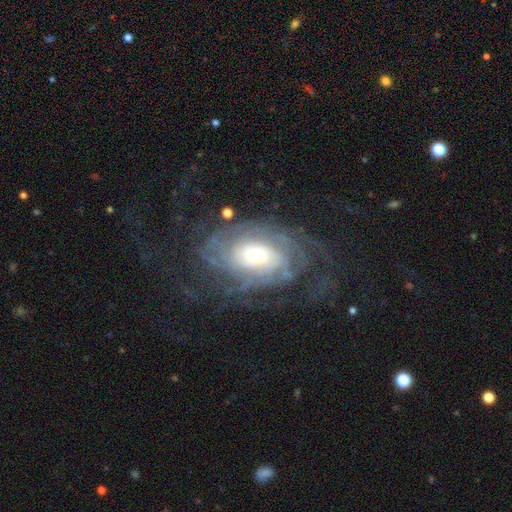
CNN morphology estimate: smooth-or-featured: featured or disk: 83% | smooth: 10% | star or artifact: 7%
  disk-edge-on: no: 95% | yes: 5%
    bar: no: 73% | weak: 21% | strong: 7%
    has-spiral-arms: yes: 91% | no: 9%
      spiral-winding: tight: 60% | medium: 27% | loose: 13%
      spiral-arm-count: can't tell: 44% | 2: 14% | more than 4: 13% | 4: 13% | 3: 11% | 1: 7%
    bulge-size: moderate: 43% | small: 35% | large: 18% | dominant: 3% | none: 2%
  merging: none: 61% | major disturbance: 20% | minor disturbance: 17% | merger: 2%